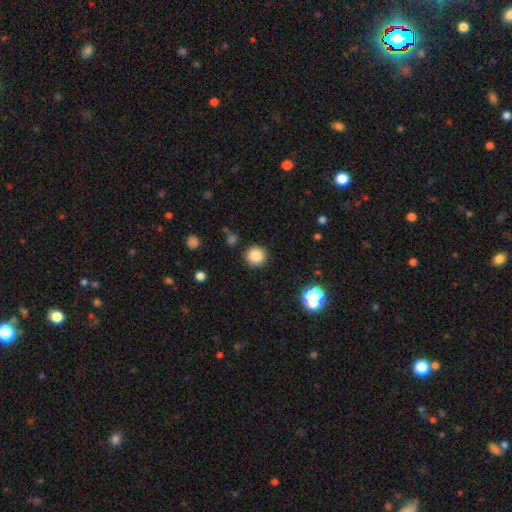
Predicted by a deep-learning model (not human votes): Smooth or featured?
  - smooth: 85% *
  - star or artifact: 11%
  - featured or disk: 4%
How rounded?
  - round: 93% *
  - in between: 6%
  - cigar-shaped: 1%
Merging?
  - none: 90% *
  - minor disturbance: 6%
  - major disturbance: 2%
  - merger: 2%